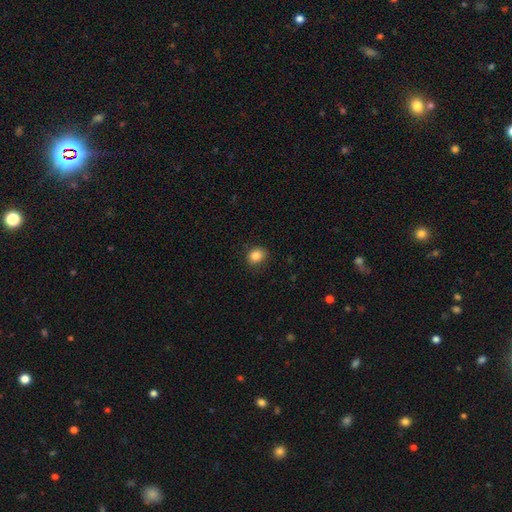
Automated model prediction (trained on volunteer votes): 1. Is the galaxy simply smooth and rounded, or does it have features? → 86% smooth, 10% star or artifact, 4% featured or disk.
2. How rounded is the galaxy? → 62% round, 37% in between, 1% cigar-shaped.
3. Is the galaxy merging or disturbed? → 83% none, 13% minor disturbance, 3% major disturbance, 1% merger.